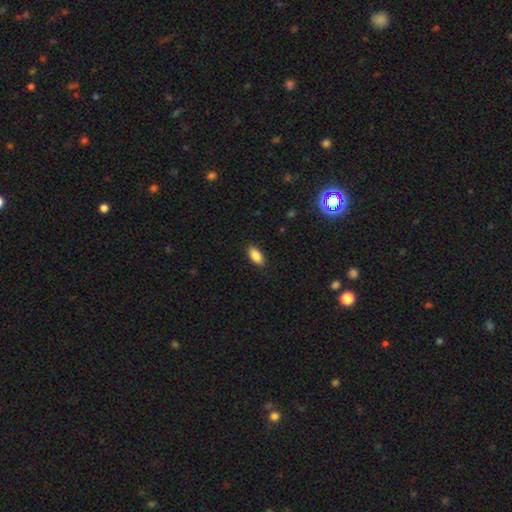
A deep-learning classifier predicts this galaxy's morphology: This is clearly a smooth galaxy (87%). How rounded: clearly in between (91%). Merging: clearly none (89%).